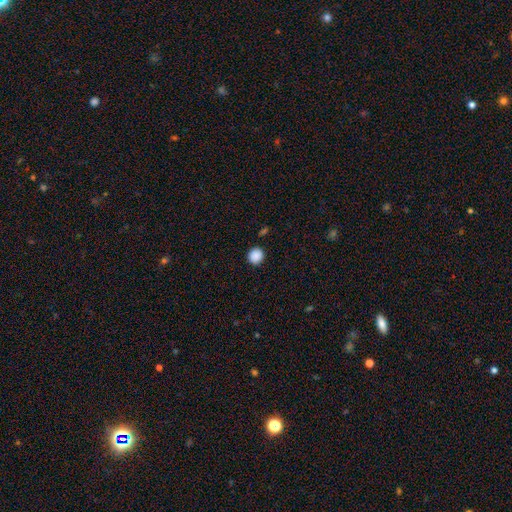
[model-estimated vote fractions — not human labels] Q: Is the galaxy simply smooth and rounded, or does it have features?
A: smooth — 88%.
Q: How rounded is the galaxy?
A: round — 88%.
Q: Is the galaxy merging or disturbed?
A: none — 89%.